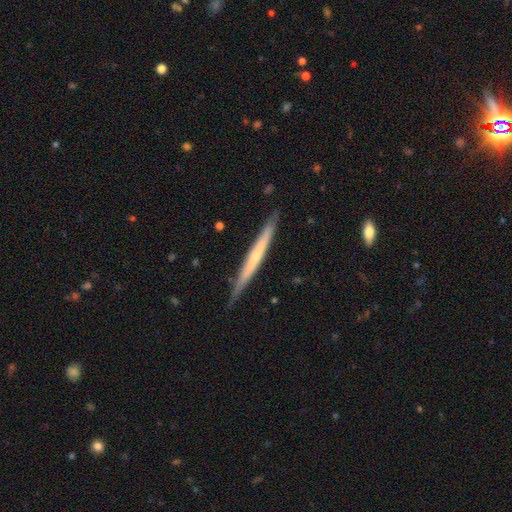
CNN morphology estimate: Smooth or featured?
  - featured or disk: 57% *
  - smooth: 37%
  - star or artifact: 5%
Edge-on disk?
  - yes: 96% *
  - no: 4%
Edge-on bulge?
  - none: 61% *
  - rounded: 34%
  - boxy: 5%
Merging?
  - none: 86% *
  - minor disturbance: 11%
  - major disturbance: 2%
  - merger: 1%